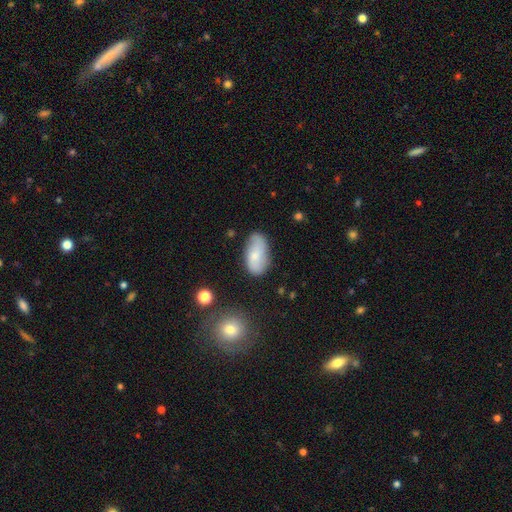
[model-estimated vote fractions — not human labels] This is possibly a smooth galaxy (59%). How rounded: clearly in between (93%). Merging: likely none (73%).